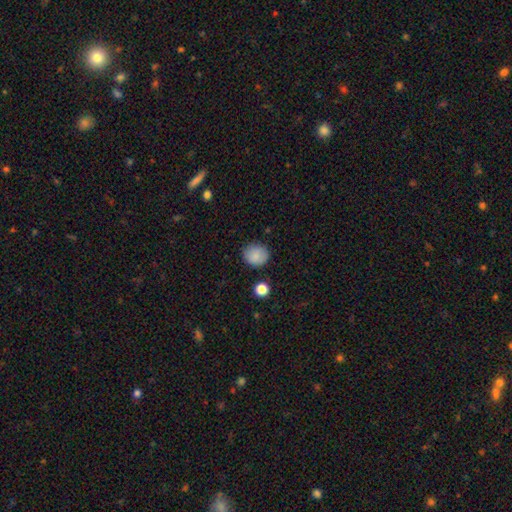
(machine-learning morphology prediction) Smooth or featured? smooth (86%)
How rounded? round (80%)
Merging? none (86%)